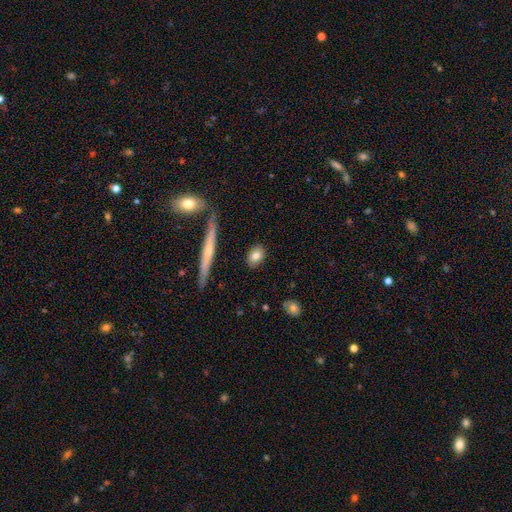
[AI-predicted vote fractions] Morphology: type=smooth (80%); roundness=in between (65%); merging=none (88%).